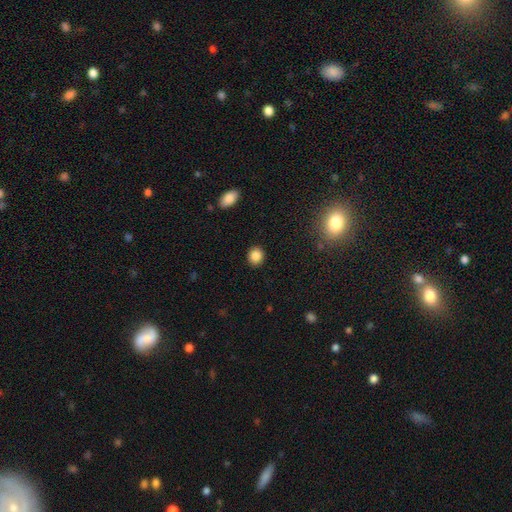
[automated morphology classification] Smooth or featured: smooth — 86% (star or artifact — 10%)
How rounded: round — 72% (in between — 27%)
Merging: none — 90% (minor disturbance — 6%)